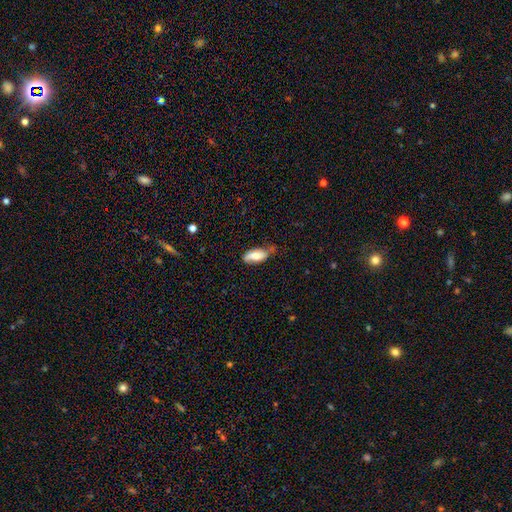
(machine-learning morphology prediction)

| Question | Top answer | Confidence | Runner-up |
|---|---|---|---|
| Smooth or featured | smooth | 65% | featured or disk (28%) |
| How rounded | in between | 86% | cigar-shaped (11%) |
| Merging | none | 52% | minor disturbance (36%) |